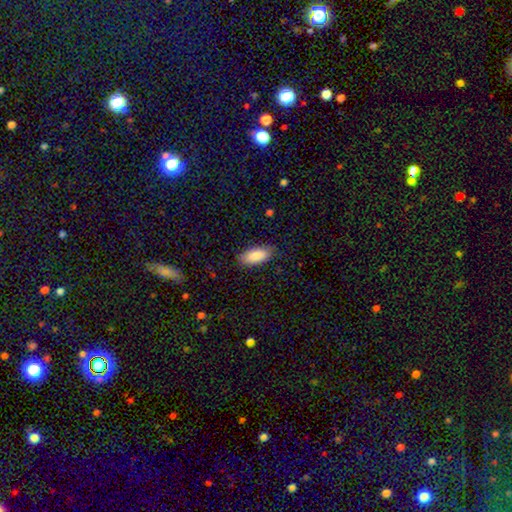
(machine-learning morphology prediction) A smooth galaxy with no disk features (86%) that is in between round and cigar-shaped (88%). Merging: none (84%).